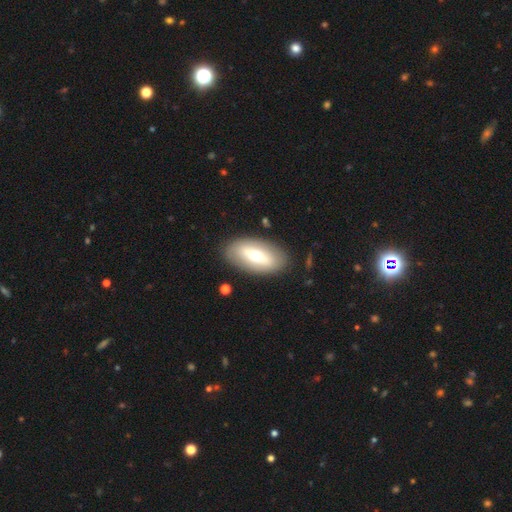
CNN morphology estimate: smooth-or-featured: smooth: 51% | featured or disk: 43% | star or artifact: 6%
  how-rounded: in between: 90% | cigar-shaped: 7% | round: 3%
  merging: none: 87% | minor disturbance: 9% | major disturbance: 3% | merger: 2%